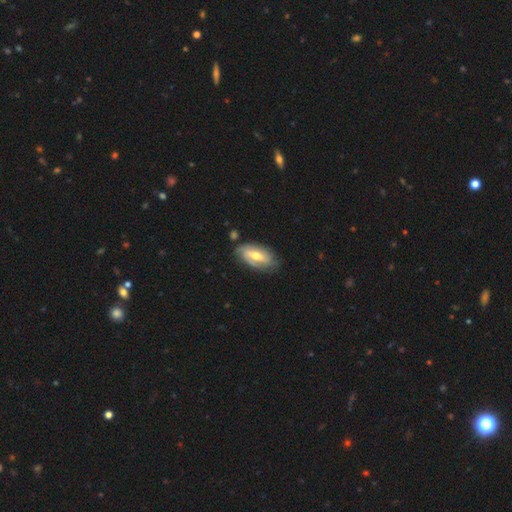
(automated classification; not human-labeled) Q: Smooth or featured?
A: featured or disk (64%); runner-up: smooth (29%)
Q: Edge-on disk?
A: no (89%); runner-up: yes (11%)
Q: Bar?
A: weak (42%); runner-up: no (31%)
Q: Spiral arms?
A: yes (80%); runner-up: no (20%)
Q: Bulge size?
A: moderate (66%); runner-up: small (28%)
Q: Merging?
A: none (72%); runner-up: minor disturbance (20%)